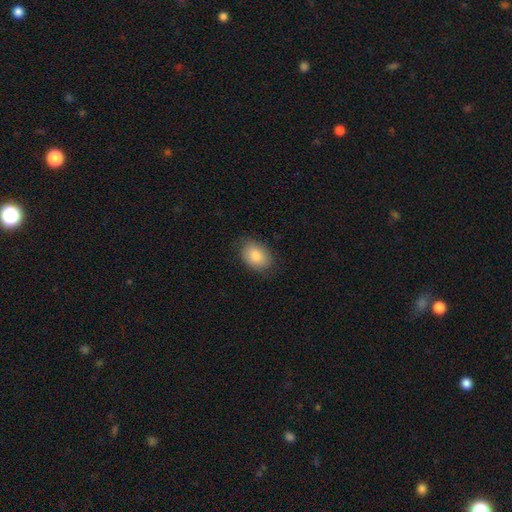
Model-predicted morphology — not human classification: A smooth galaxy with no disk features (83%) that is in between round and cigar-shaped (79%).

Vote fractions:
- Smooth or featured? smooth: 83% / featured or disk: 10% / star or artifact: 7%
- How rounded? in between: 79% / round: 20% / cigar-shaped: 1%
- Merging? none: 80% / minor disturbance: 16% / major disturbance: 4% / merger: 1%